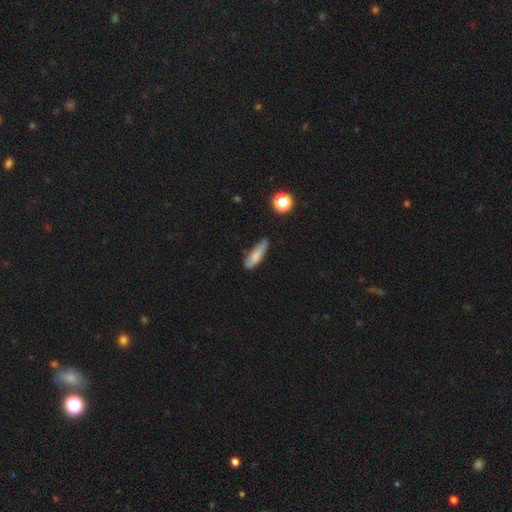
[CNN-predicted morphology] type=smooth (75%); roundness=cigar-shaped (59%); merging=none (55%).